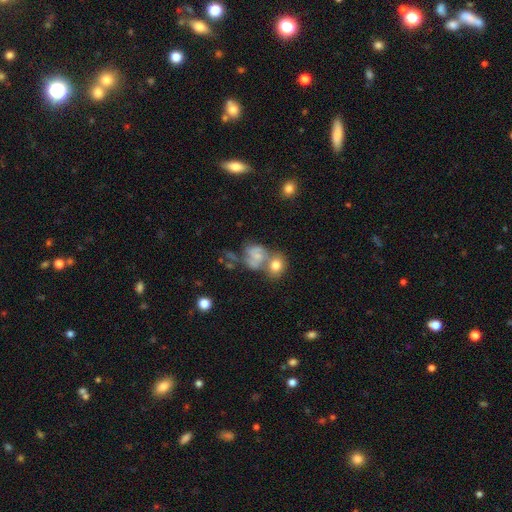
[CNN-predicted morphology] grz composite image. It shows a featured or disk galaxy (47%). Merging: merger (46%).